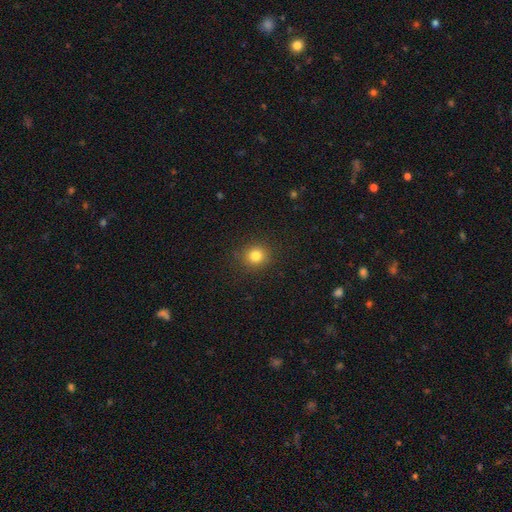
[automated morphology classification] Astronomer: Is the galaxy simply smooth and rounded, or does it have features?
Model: smooth — 81%.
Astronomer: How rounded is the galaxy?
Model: round — 87%.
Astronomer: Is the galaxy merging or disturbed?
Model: none — 89%.